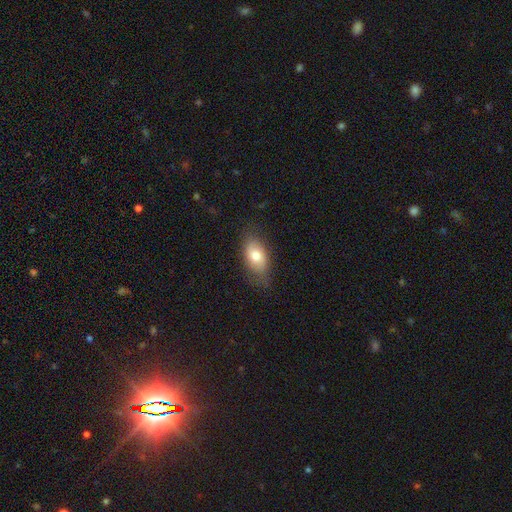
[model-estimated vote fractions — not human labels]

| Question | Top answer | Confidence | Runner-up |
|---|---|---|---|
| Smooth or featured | smooth | 75% | featured or disk (18%) |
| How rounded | in between | 90% | round (7%) |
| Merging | none | 74% | minor disturbance (20%) |